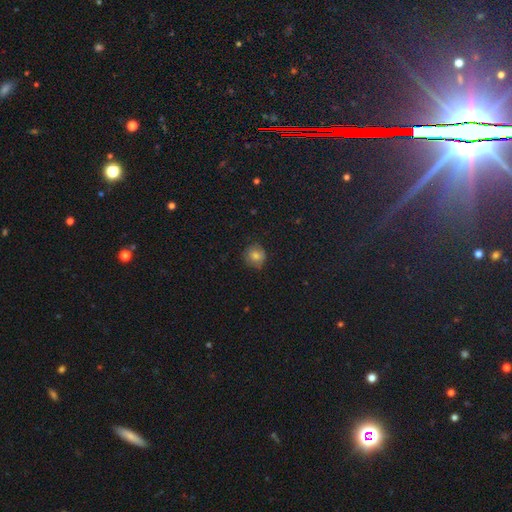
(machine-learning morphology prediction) This is likely a smooth galaxy (79%). How rounded: clearly round (88%). Merging: likely none (80%).